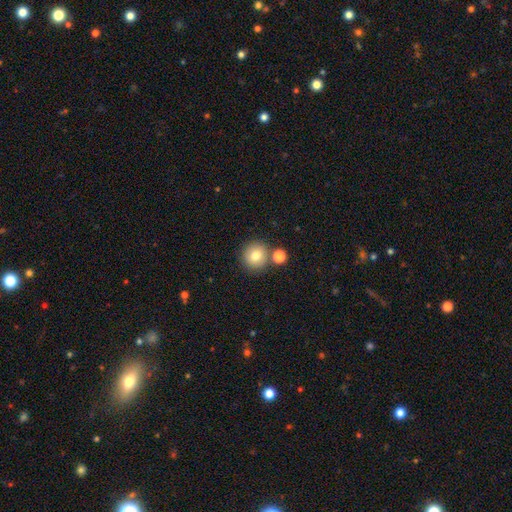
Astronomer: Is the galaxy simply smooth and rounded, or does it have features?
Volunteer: smooth — 82%.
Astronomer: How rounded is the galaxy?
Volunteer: round — 97%.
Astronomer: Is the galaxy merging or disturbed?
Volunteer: none — 77%.